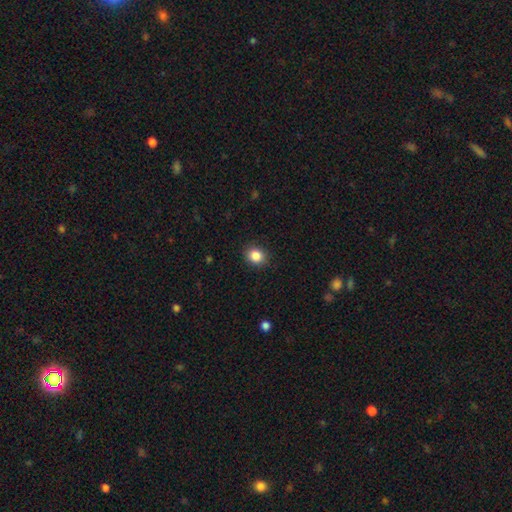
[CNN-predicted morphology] Q: Smooth or featured?
A: smooth (86%); runner-up: star or artifact (10%)
Q: How rounded?
A: round (73%); runner-up: in between (26%)
Q: Merging?
A: none (89%); runner-up: minor disturbance (8%)